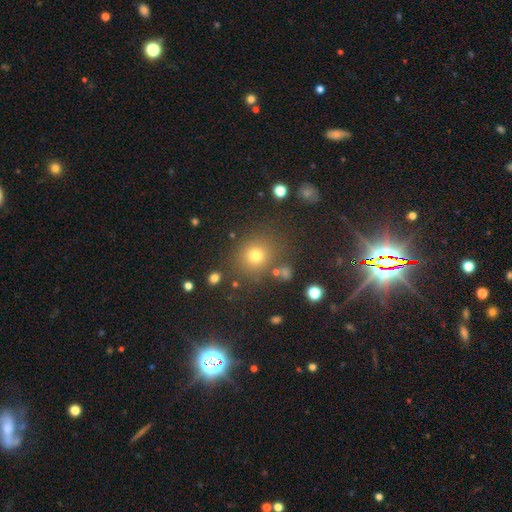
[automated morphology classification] Overall: smooth (71%). How rounded: round (86%). Merging: none (80%).